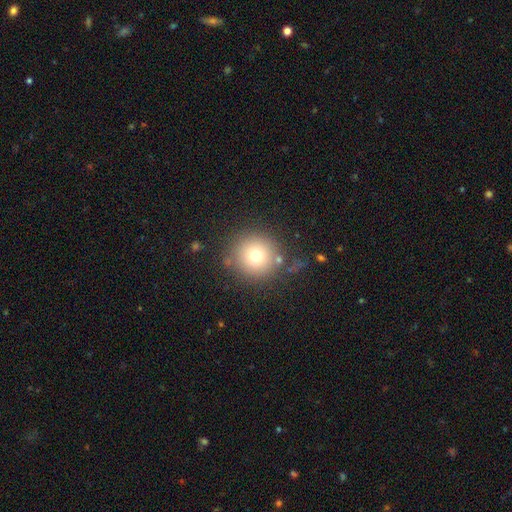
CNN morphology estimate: type=smooth (74%); roundness=round (94%); merging=none (80%).